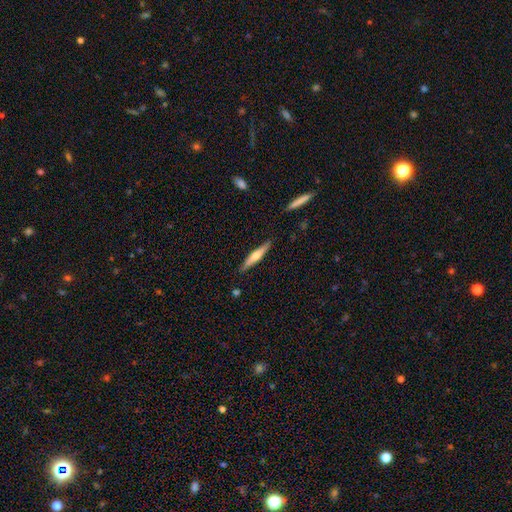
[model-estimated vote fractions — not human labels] This is possibly a featured or disk galaxy (52%). It is clearly viewed edge-on (96%). Merging: clearly none (88%).